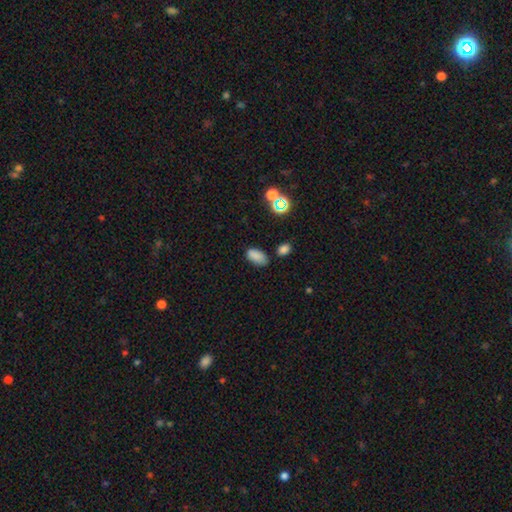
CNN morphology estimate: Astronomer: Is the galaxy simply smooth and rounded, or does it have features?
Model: smooth — 82%.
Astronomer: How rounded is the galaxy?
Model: in between — 93%.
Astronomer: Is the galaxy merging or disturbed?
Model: none — 76%.